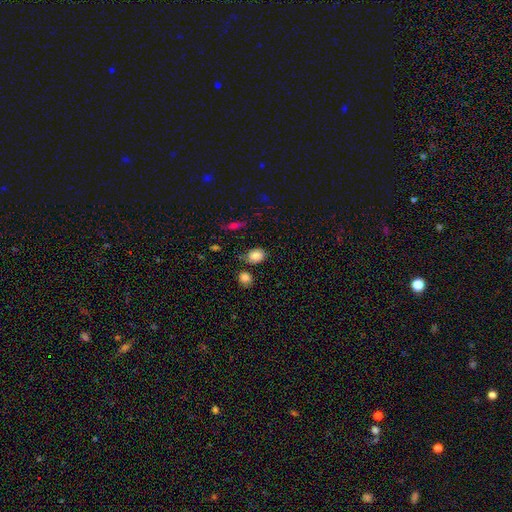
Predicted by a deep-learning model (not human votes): Smooth or featured?
  - smooth: 84% *
  - star or artifact: 9%
  - featured or disk: 6%
How rounded?
  - in between: 61% *
  - round: 37%
  - cigar-shaped: 1%
Merging?
  - none: 71% *
  - minor disturbance: 16%
  - merger: 9%
  - major disturbance: 4%